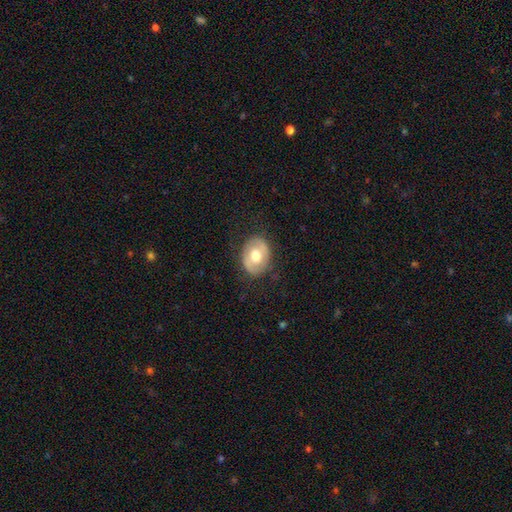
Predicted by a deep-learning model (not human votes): Smooth or featured? Predicted: smooth (p=0.52). How rounded? Predicted: in between (p=0.59). Merging? Predicted: none (p=0.79).